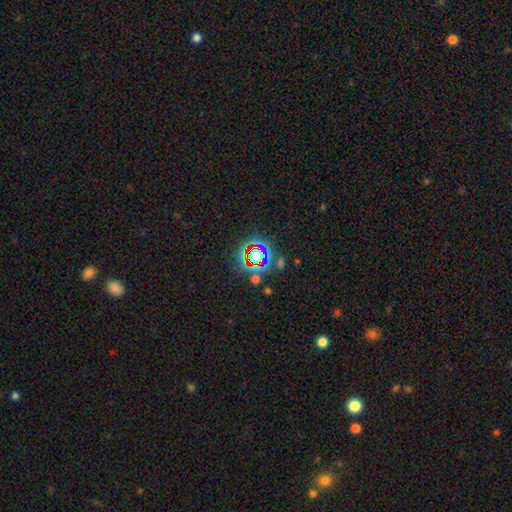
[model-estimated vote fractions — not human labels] Q: Smooth or featured?
A: star or artifact (64%); runner-up: smooth (23%)